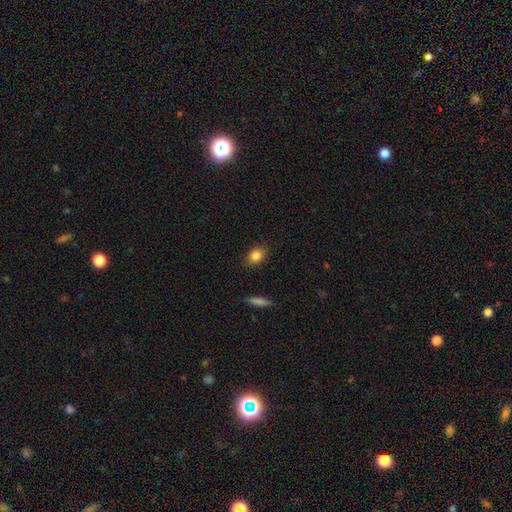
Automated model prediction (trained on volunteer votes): Smooth or featured?
  - smooth: 83% *
  - star or artifact: 9%
  - featured or disk: 8%
How rounded?
  - in between: 73% *
  - round: 24%
  - cigar-shaped: 3%
Merging?
  - none: 85% *
  - minor disturbance: 11%
  - major disturbance: 2%
  - merger: 1%